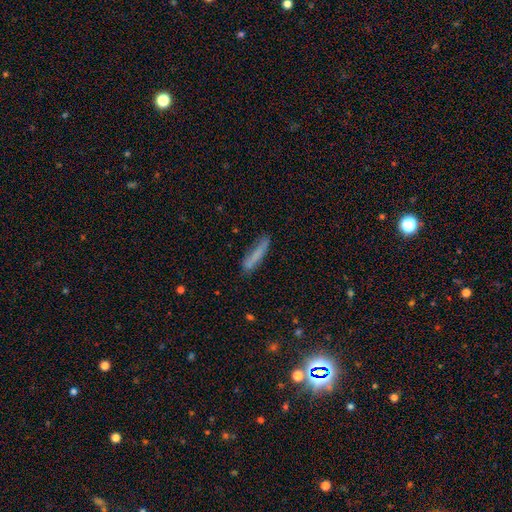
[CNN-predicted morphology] smooth_or_featured: smooth (p=0.71) [alt: featured or disk p=0.20]
how_rounded: cigar-shaped (p=0.89) [alt: in between p=0.09]
merging: none (p=0.74) [alt: minor disturbance p=0.18]